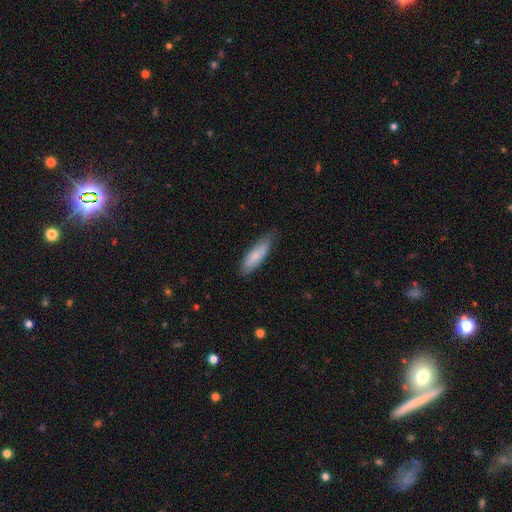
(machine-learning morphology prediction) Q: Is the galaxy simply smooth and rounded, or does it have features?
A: smooth — 76%.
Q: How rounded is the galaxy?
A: cigar-shaped — 52%.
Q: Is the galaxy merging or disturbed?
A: none — 70%.